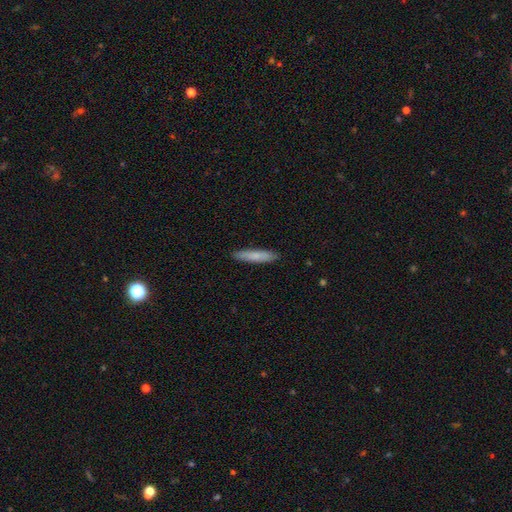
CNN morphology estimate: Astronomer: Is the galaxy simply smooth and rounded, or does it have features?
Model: smooth — 79%.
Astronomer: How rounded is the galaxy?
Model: cigar-shaped — 90%.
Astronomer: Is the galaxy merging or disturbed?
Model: none — 90%.